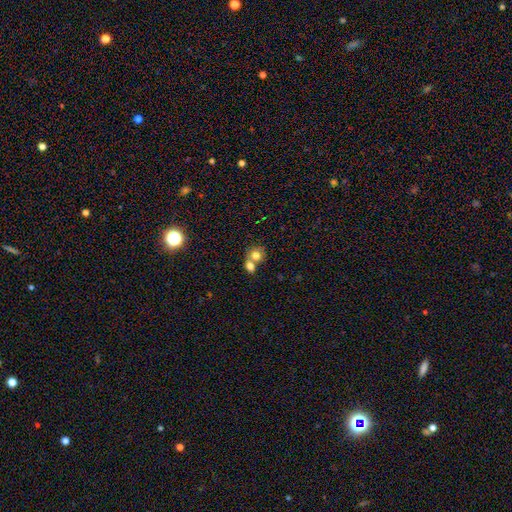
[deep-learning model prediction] Smooth or featured? Predicted: smooth (p=0.74). How rounded? Predicted: round (p=0.69). Merging? Predicted: merger (p=0.56).